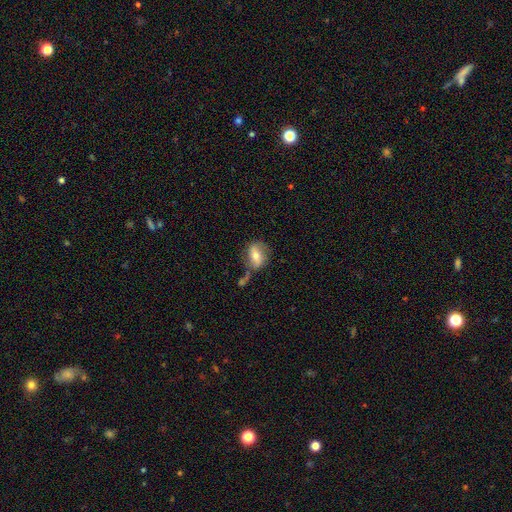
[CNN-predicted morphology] Smooth or featured?
  - smooth: 50% *
  - featured or disk: 42%
  - star or artifact: 8%
How rounded?
  - in between: 65% *
  - round: 31%
  - cigar-shaped: 4%
Merging?
  - none: 50% *
  - minor disturbance: 23%
  - merger: 13%
  - major disturbance: 13%